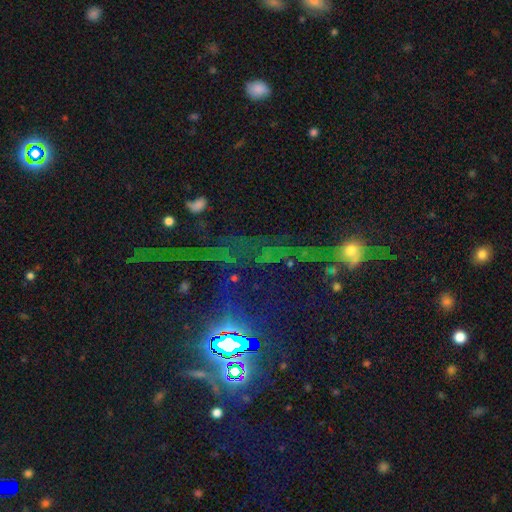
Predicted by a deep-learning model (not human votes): Q: Smooth or featured?
A: star or artifact (69%); runner-up: smooth (16%)